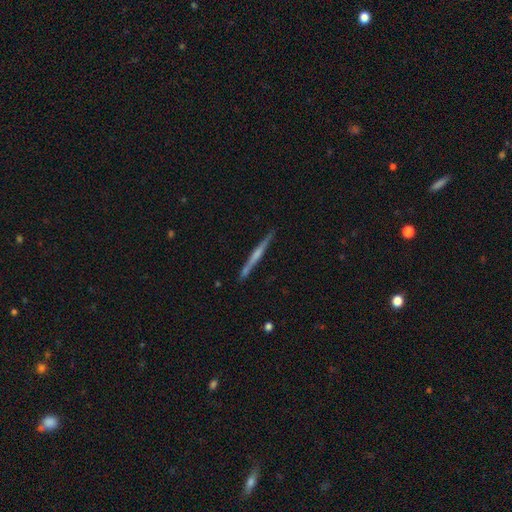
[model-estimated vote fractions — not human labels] This is likely a featured or disk galaxy (67%). It is clearly viewed edge-on (98%). Edge-on bulge: possibly none (45%). Merging: clearly none (90%).